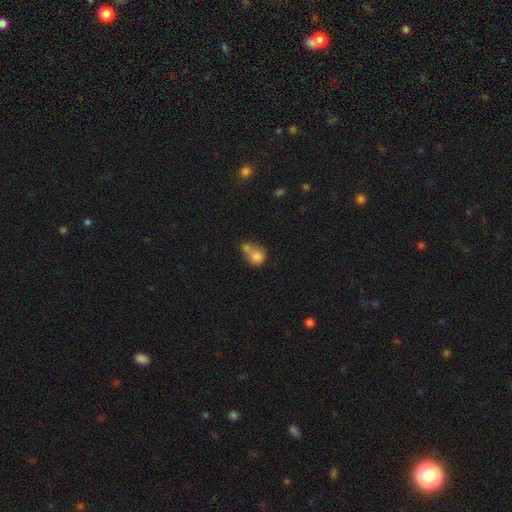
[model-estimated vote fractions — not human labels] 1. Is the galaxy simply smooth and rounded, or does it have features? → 77% smooth, 13% featured or disk, 10% star or artifact.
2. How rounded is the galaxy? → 61% round, 38% in between, 1% cigar-shaped.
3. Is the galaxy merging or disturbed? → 54% merger, 25% none, 13% minor disturbance, 7% major disturbance.